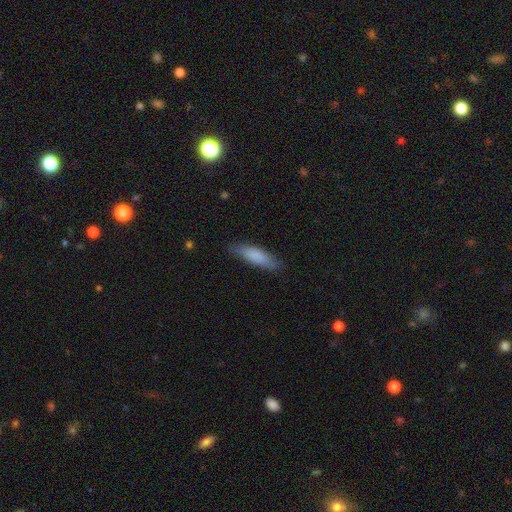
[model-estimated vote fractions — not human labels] This appears to be a smooth galaxy with no disk features (82%) that is cigar-shaped (63%). Merging: none (82%).